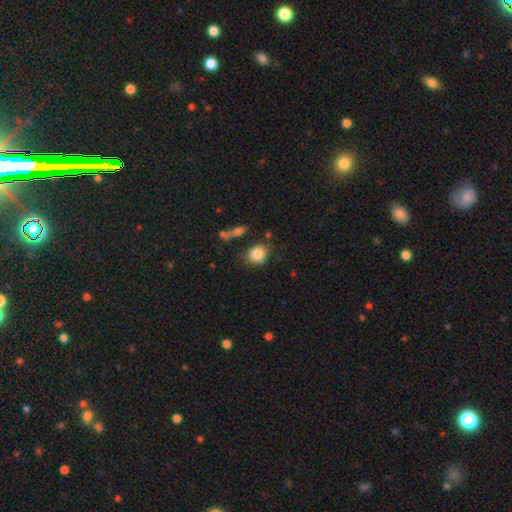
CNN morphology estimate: Smooth or featured? smooth (85%)
How rounded? round (67%)
Merging? none (65%)